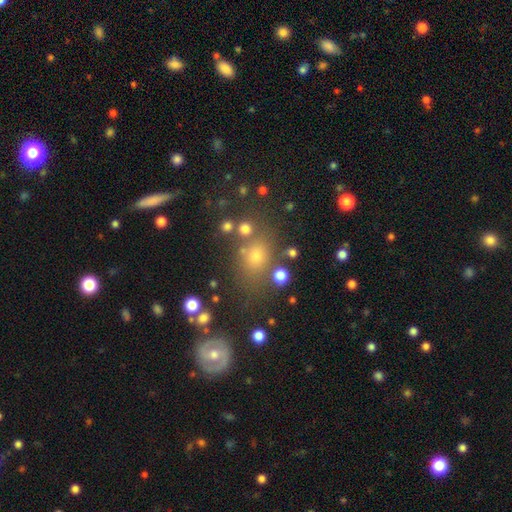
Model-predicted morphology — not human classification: type=smooth (65%); roundness=round (51%); merging=none (70%).